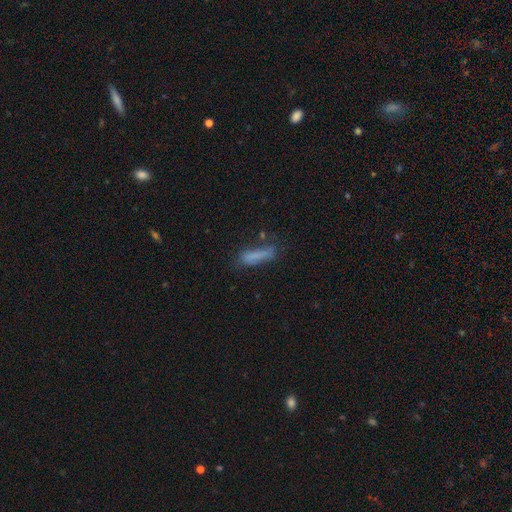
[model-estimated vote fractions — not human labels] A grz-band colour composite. It shows a smooth galaxy with no disk features (71%) that is cigar-shaped (69%). Merging: none (57%).